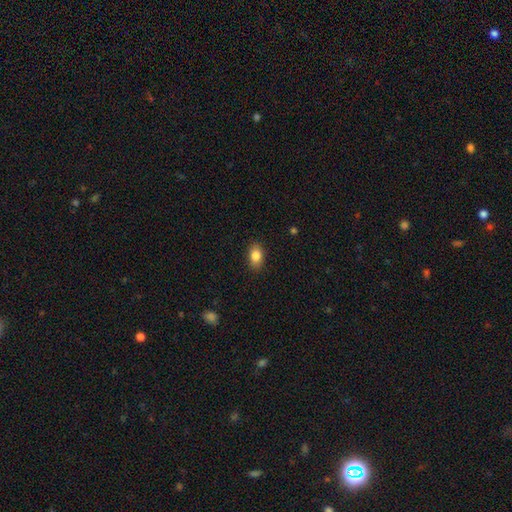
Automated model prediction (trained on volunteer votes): Morphology: type=smooth (85%); roundness=in between (84%); merging=none (88%).